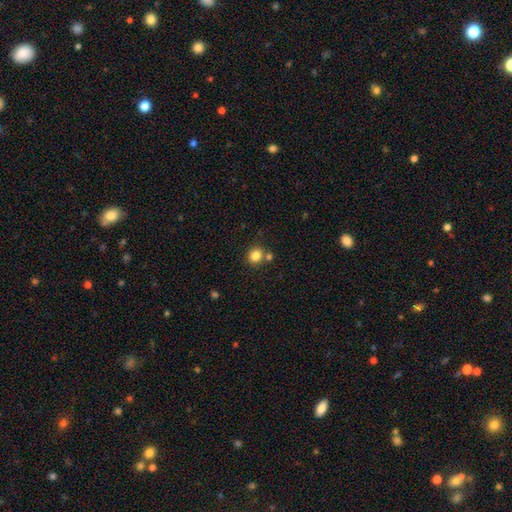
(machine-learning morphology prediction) Q: Smooth or featured?
A: smooth (83%); runner-up: star or artifact (12%)
Q: How rounded?
A: round (85%); runner-up: in between (14%)
Q: Merging?
A: none (72%); runner-up: merger (17%)